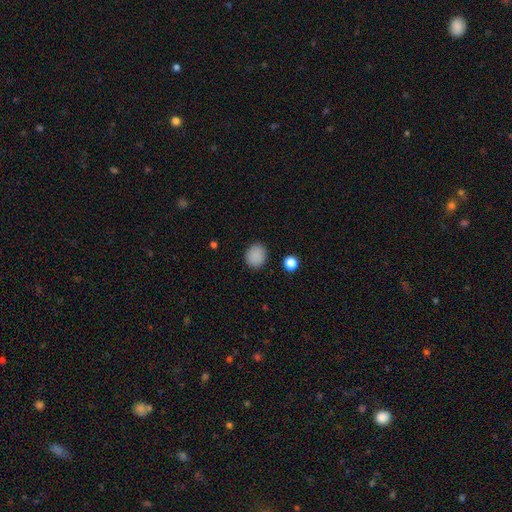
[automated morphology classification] type=smooth (88%); roundness=round (73%); merging=none (89%).